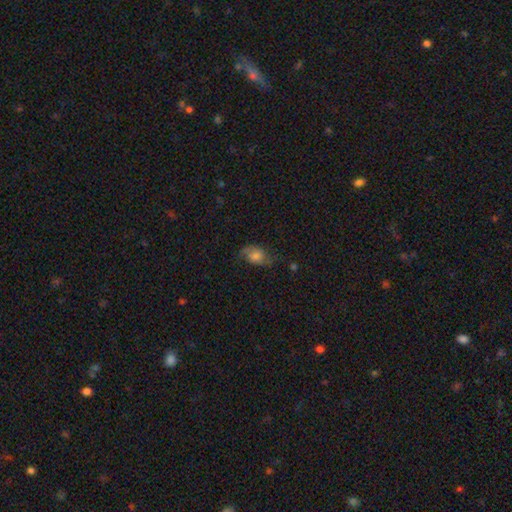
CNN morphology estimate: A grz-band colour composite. It shows a smooth galaxy with no disk features (53%) that is in between round and cigar-shaped (76%). Merging: none (59%).